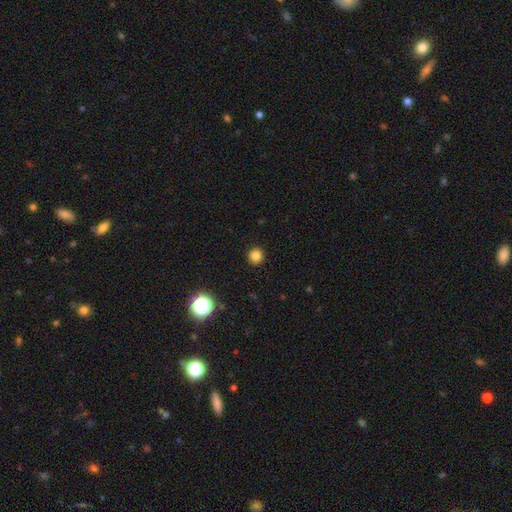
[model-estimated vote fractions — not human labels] This is clearly a smooth galaxy (82%). How rounded: clearly round (93%). Merging: clearly none (93%).